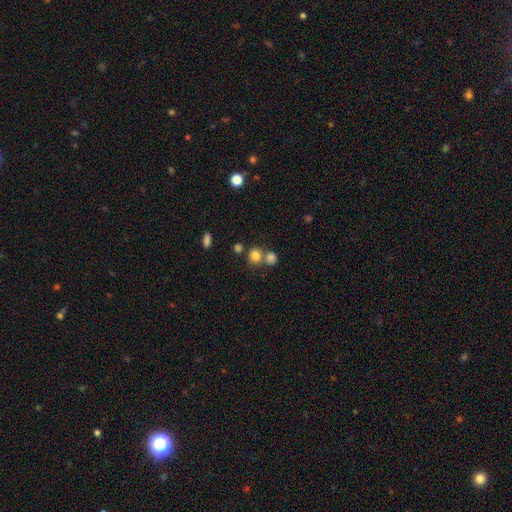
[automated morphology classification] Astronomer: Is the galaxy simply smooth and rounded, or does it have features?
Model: smooth — 80%.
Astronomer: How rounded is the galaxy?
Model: round — 86%.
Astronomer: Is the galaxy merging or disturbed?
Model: none — 55% (runner-up: merger, 34%).